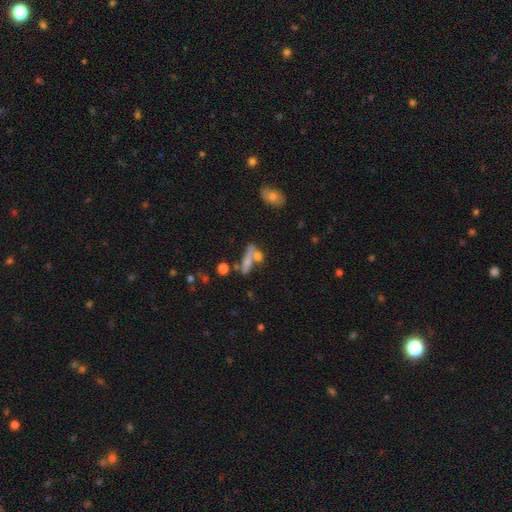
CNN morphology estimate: This appears to be a smooth galaxy with no disk features (60%) that is cigar-shaped (54%). Merging: none (40%).